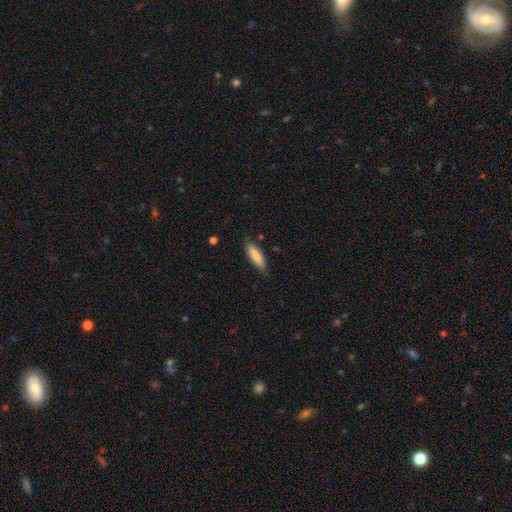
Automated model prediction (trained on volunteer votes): This is clearly a smooth galaxy (85%). How rounded: possibly cigar-shaped (58%). Merging: clearly none (82%).